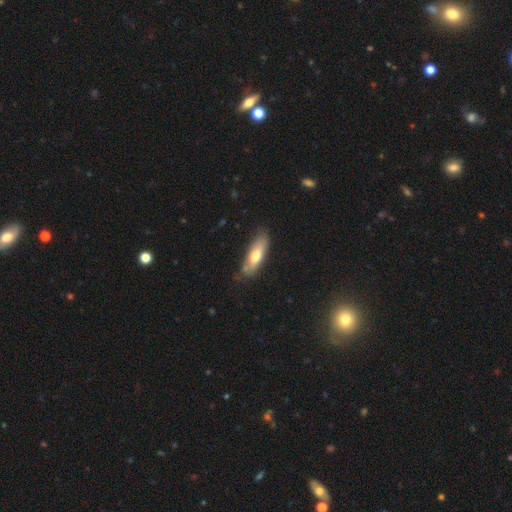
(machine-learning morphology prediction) A smooth galaxy with no disk features (62%) that is in between round and cigar-shaped (52%).

Vote fractions:
- Smooth or featured? smooth: 62% / featured or disk: 32% / star or artifact: 6%
- How rounded? in between: 52% / cigar-shaped: 46% / round: 2%
- Merging? none: 71% / minor disturbance: 22% / major disturbance: 5% / merger: 2%